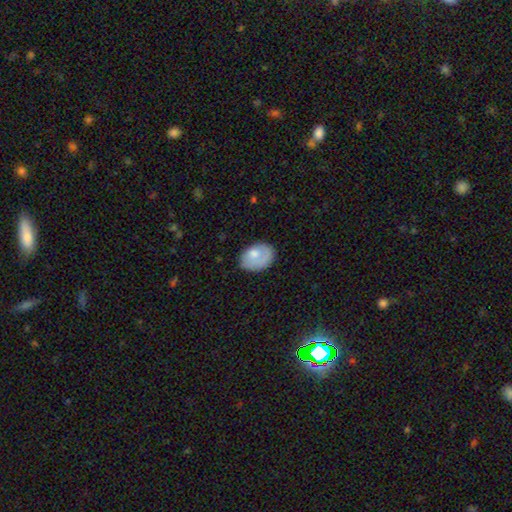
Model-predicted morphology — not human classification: Smooth or featured? Predicted: smooth (p=0.69). How rounded? Predicted: in between (p=0.75). Merging? Predicted: none (p=0.62).